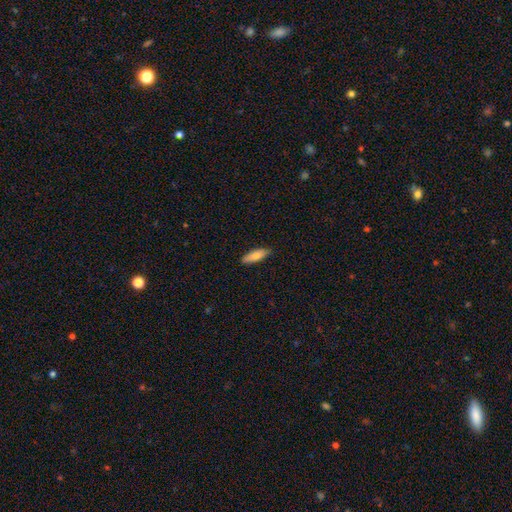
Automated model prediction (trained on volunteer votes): Morphology: type=smooth (77%); roundness=in between (54%); merging=none (87%).